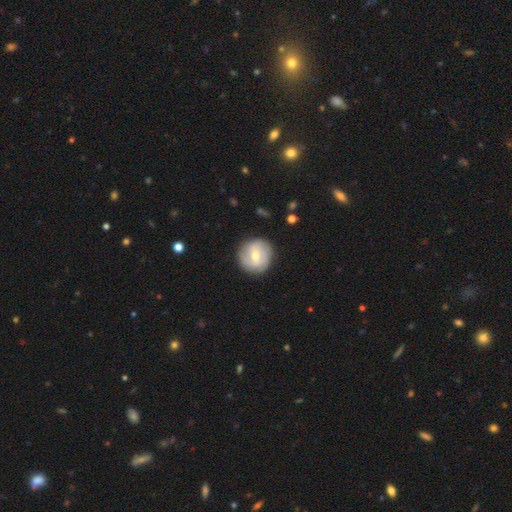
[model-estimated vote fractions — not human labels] smooth_or_featured: featured or disk (p=0.54) [alt: smooth p=0.40]
disk_edge_on: no (p=0.97) [alt: yes p=0.03]
bar: weak (p=0.54) [alt: no p=0.28]
has_spiral_arms: yes (p=0.69) [alt: no p=0.31]
bulge_size: moderate (p=0.65) [alt: small p=0.29]
merging: none (p=0.84) [alt: minor disturbance p=0.11]